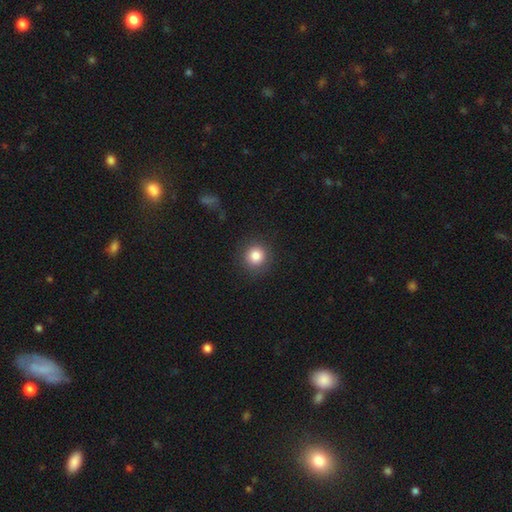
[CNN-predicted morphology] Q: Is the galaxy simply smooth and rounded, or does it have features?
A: smooth — 83%.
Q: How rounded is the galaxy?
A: round — 92%.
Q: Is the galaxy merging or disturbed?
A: none — 89%.